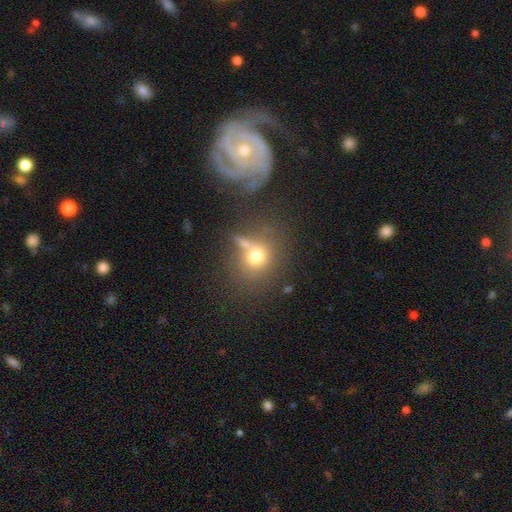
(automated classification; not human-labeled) This appears to be a smooth galaxy with no disk features (70%) that is round (74%). Merging: none (56%).